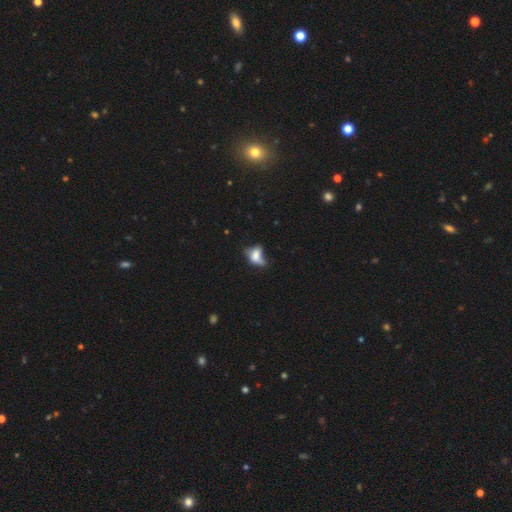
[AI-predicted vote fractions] A smooth galaxy with no disk features (60%) that is in between round and cigar-shaped (79%).

Vote fractions:
- Smooth or featured? smooth: 60% / featured or disk: 26% / star or artifact: 13%
- How rounded? in between: 79% / round: 16% / cigar-shaped: 5%
- Merging? major disturbance: 33% / minor disturbance: 26% / none: 26% / merger: 16%